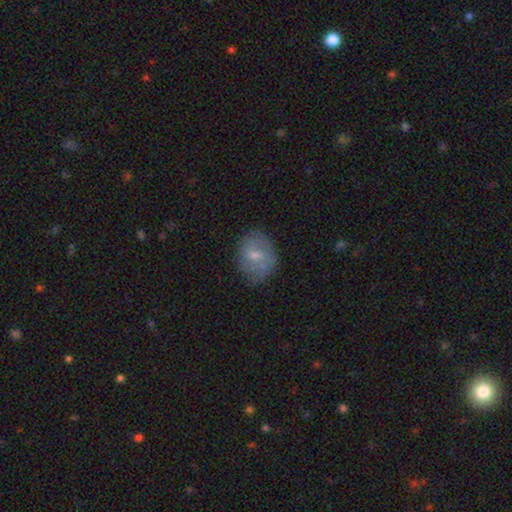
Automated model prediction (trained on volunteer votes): This appears to be a smooth galaxy with no disk features (54%) that is round (51%). Merging: none (66%).